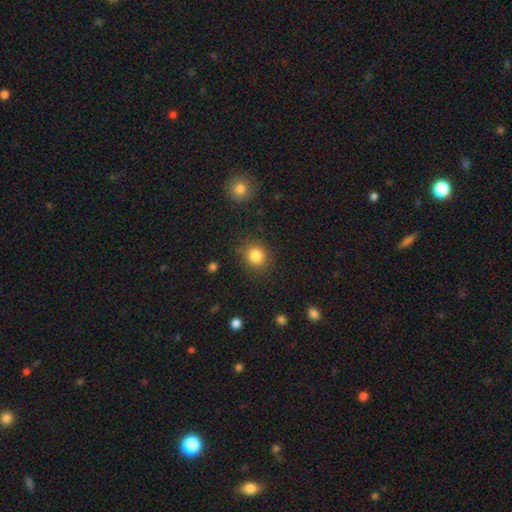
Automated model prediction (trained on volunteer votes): smooth 84%, star or artifact 11%, featured or disk 5%. Down the decision tree: how rounded — round (79%); merging — none (85%).